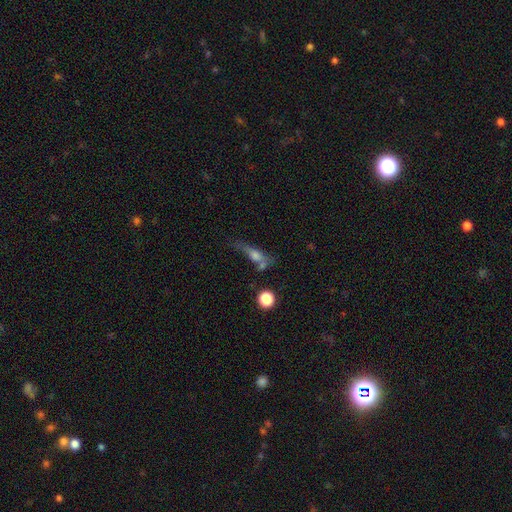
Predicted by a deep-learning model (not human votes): Overall: smooth (46%; featured or disk 40%). Merging: none (41%; minor disturbance 22%).